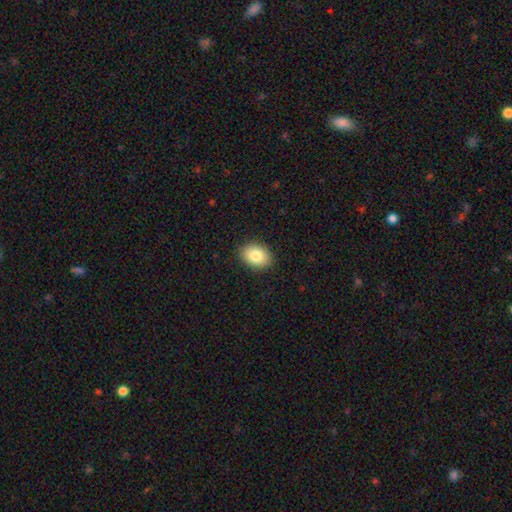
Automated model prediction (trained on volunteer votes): This appears to be a smooth galaxy with no disk features (84%) that is in between round and cigar-shaped (70%). Merging: none (89%).